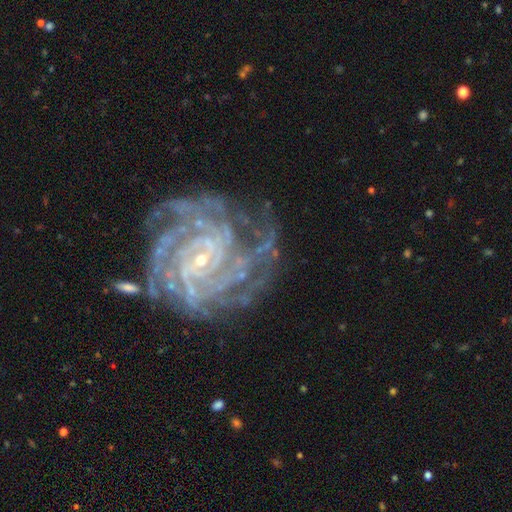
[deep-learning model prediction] The model was most divided on "spiral arm count": 4: 24%, more than 4: 22%, can't tell: 19%, 3: 14%, 2: 11%, 1: 9%. More confident: spiral arms — yes (98%); edge-on disk — no (97%); smooth or featured — featured or disk (88%); bulge size — small (86%); spiral winding — tight (79%); merging — none (74%); bar — no (54%).